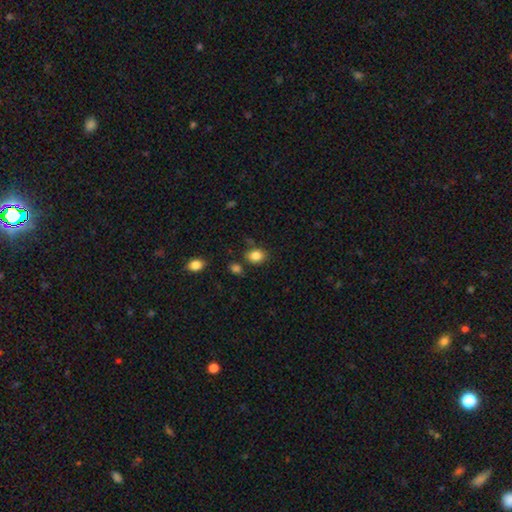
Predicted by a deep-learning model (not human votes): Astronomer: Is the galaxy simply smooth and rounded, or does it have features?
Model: smooth — 85%.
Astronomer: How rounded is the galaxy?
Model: in between — 54% (runner-up: round, 45%).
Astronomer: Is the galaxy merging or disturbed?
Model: none — 77%.